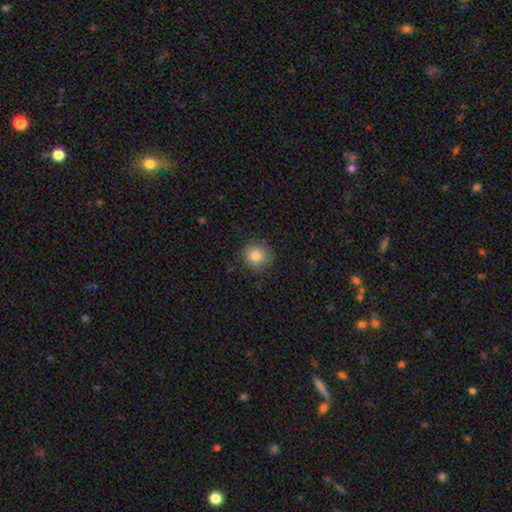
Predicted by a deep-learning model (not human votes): Overall: smooth (84%). How rounded: round (89%). Merging: none (85%).